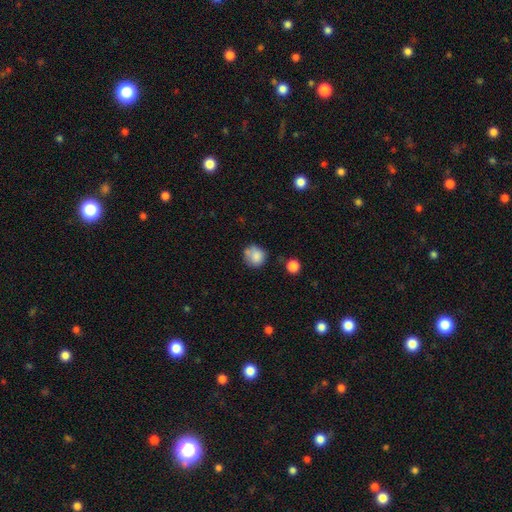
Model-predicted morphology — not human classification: A smooth galaxy with no disk features (80%) that is round (86%).

Vote fractions:
- Smooth or featured? smooth: 80% / featured or disk: 11% / star or artifact: 9%
- How rounded? round: 86% / in between: 13% / cigar-shaped: 1%
- Merging? none: 58% / minor disturbance: 21% / merger: 13% / major disturbance: 7%